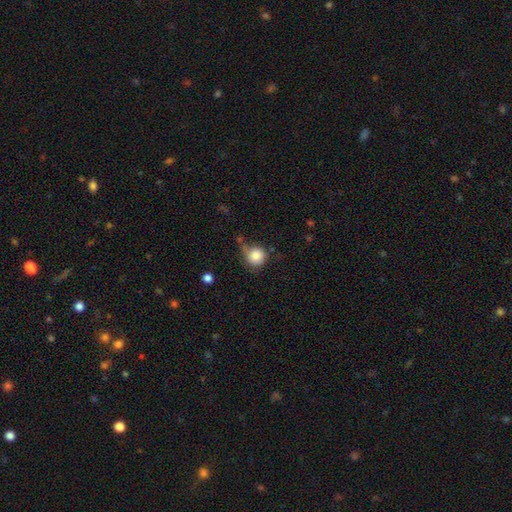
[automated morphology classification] Smooth or featured? smooth (84%)
How rounded? round (90%)
Merging? none (54%)